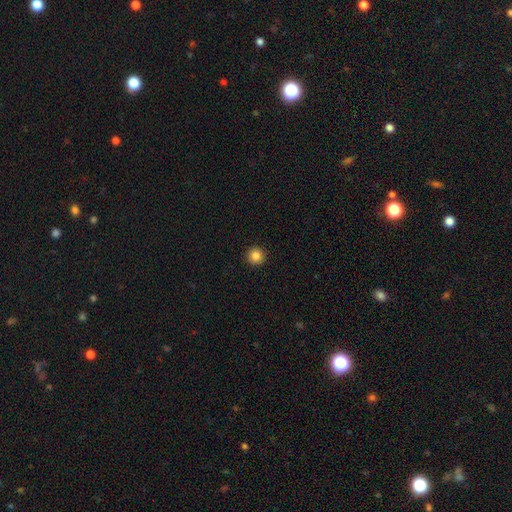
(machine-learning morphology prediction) A smooth galaxy with no disk features (85%) that is round (96%). Merging: none (94%).